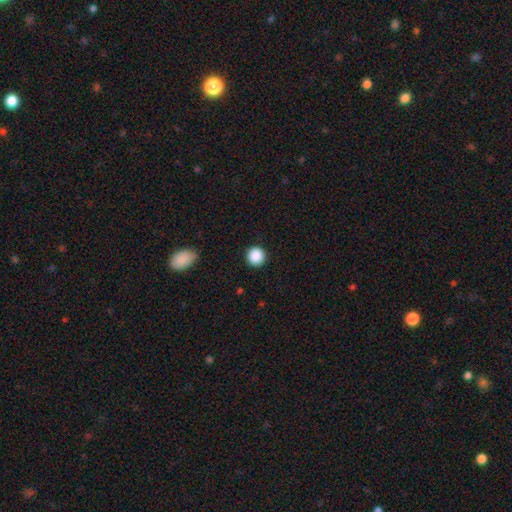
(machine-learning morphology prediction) Q: Smooth or featured?
A: smooth (88%); runner-up: star or artifact (9%)
Q: How rounded?
A: round (95%); runner-up: in between (4%)
Q: Merging?
A: none (92%); runner-up: minor disturbance (5%)